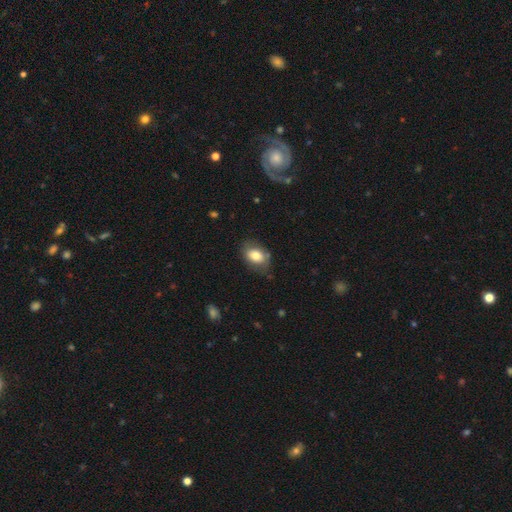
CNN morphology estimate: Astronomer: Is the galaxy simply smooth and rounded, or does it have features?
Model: smooth — 76%.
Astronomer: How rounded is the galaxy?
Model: in between — 76%.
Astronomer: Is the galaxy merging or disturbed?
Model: none — 71%.